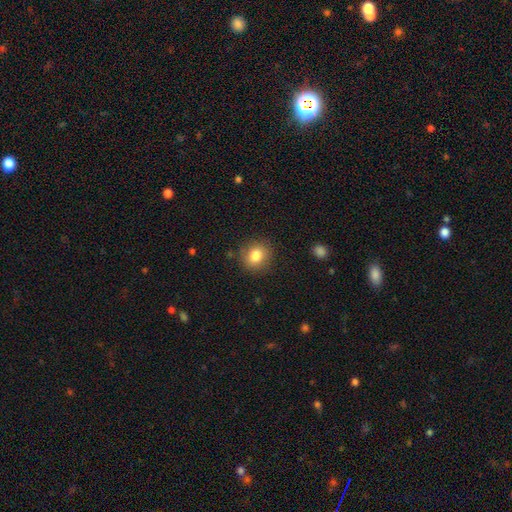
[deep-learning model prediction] Overall: smooth (83%). How rounded: round (76%). Merging: none (86%).